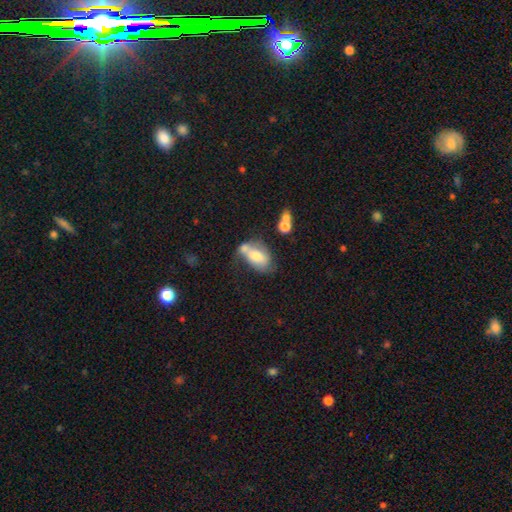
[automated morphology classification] Smooth or featured: smooth — 62% (featured or disk — 30%)
How rounded: in between — 88% (round — 10%)
Merging: merger — 38% (none — 27%)